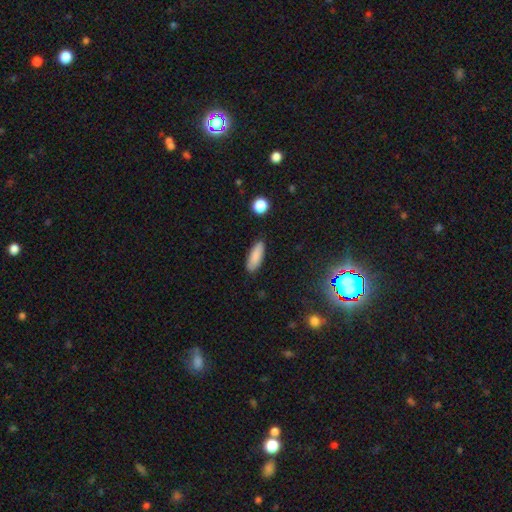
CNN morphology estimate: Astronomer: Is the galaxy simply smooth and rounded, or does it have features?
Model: smooth — 87%.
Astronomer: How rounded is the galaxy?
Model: in between — 62%.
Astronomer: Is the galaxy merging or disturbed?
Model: none — 87%.